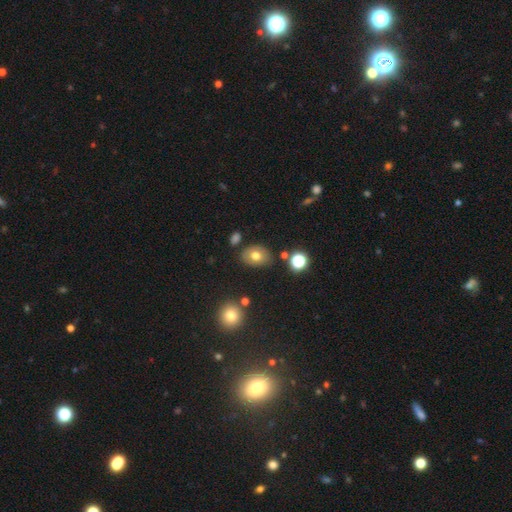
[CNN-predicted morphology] This appears to be a smooth galaxy with no disk features (72%) that is in between round and cigar-shaped (69%). Merging: none (78%).